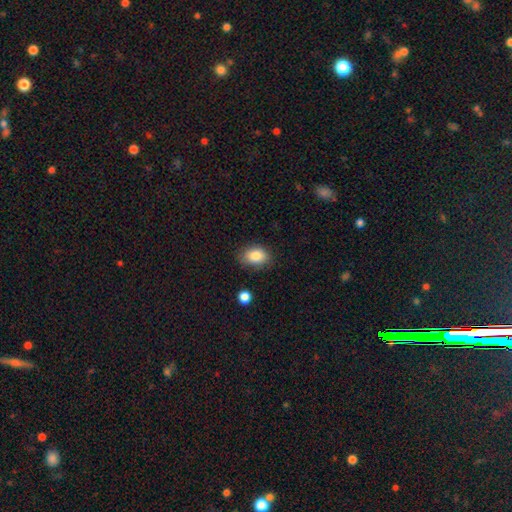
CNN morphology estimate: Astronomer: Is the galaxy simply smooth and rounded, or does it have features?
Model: smooth — 85%.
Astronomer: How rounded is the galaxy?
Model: in between — 80%.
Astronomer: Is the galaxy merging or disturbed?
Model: none — 81%.